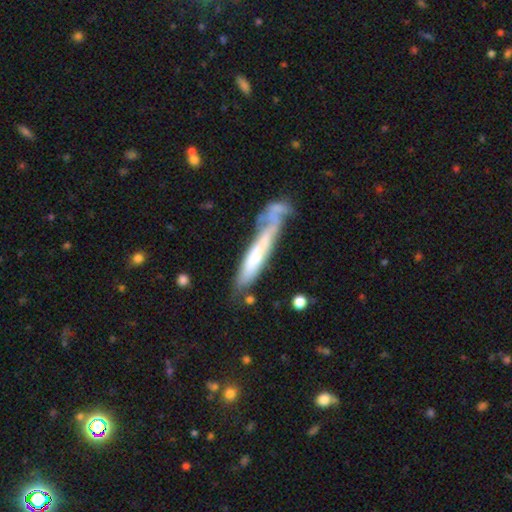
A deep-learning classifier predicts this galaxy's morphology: This appears to be a featured or disk galaxy (48%). Merging: none (50%).